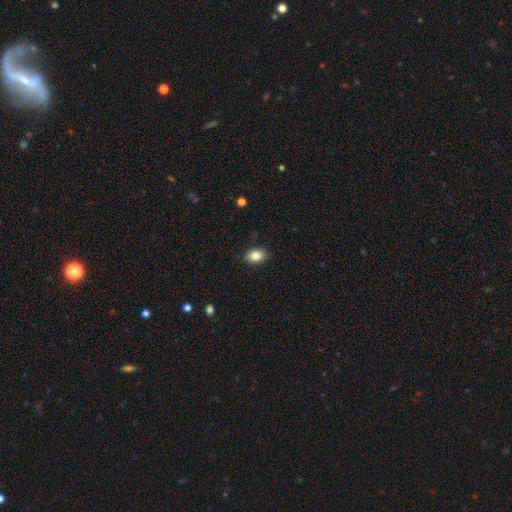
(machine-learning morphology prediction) The model was most divided on "how rounded": in between: 77%, round: 22%, cigar-shaped: 1%. More confident: merging — none (90%); smooth or featured — smooth (85%).